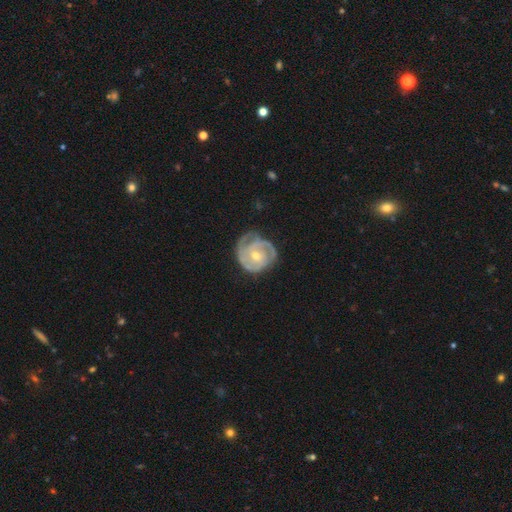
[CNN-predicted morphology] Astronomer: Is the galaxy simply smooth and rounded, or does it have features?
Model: featured or disk — 85%.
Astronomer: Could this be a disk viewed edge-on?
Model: no — 98%.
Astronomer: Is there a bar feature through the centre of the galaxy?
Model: no — 70%.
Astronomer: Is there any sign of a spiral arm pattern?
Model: yes — 95%.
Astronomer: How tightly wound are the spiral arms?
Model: tight — 68%.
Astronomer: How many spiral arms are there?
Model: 2 — 35% (runner-up: 3, 33%).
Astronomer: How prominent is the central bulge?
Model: moderate — 49% (runner-up: small, 48%).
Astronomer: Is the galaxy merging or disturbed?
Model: none — 64%.